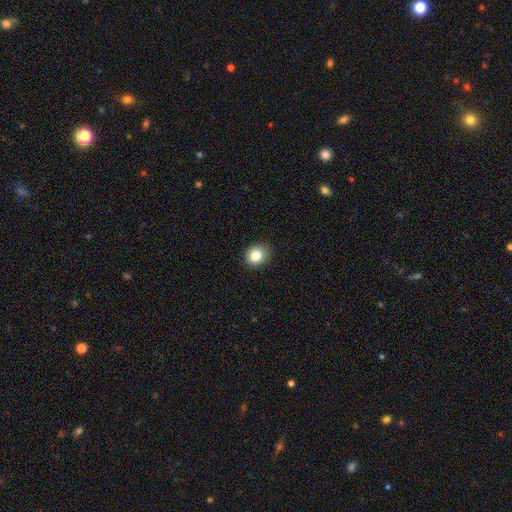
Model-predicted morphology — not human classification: This appears to be a smooth galaxy with no disk features (84%) that is round (73%). Merging: none (88%).